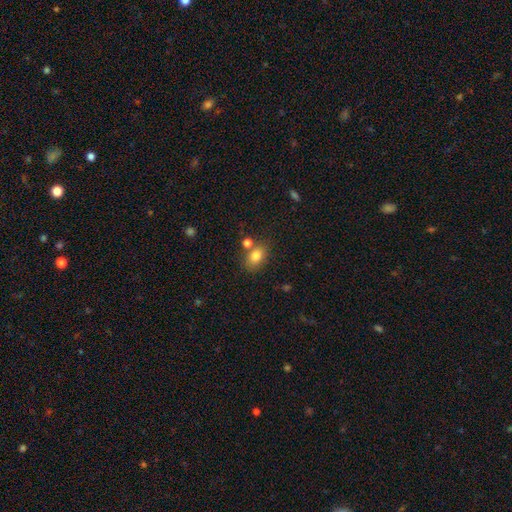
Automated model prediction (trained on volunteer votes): Morphology: type=smooth (81%); roundness=in between (72%); merging=none (66%).